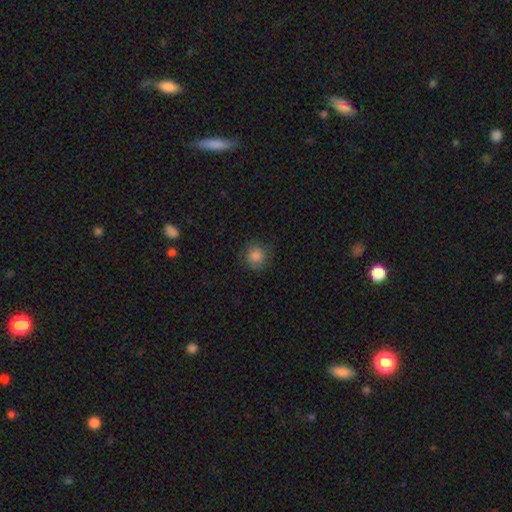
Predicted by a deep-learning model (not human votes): smooth_or_featured: smooth (p=0.83) [alt: star or artifact p=0.10]
how_rounded: round (p=0.91) [alt: in between p=0.08]
merging: none (p=0.81) [alt: minor disturbance p=0.13]